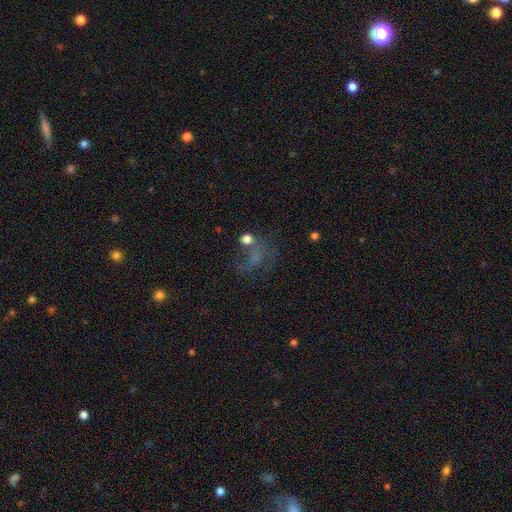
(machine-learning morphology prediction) Smooth or featured?
  - smooth: 35% * (tied)
  - featured or disk: 35% * (tied)
  - star or artifact: 30%
Merging?
  - major disturbance: 38% *
  - none: 36%
  - minor disturbance: 16%
  - merger: 10%